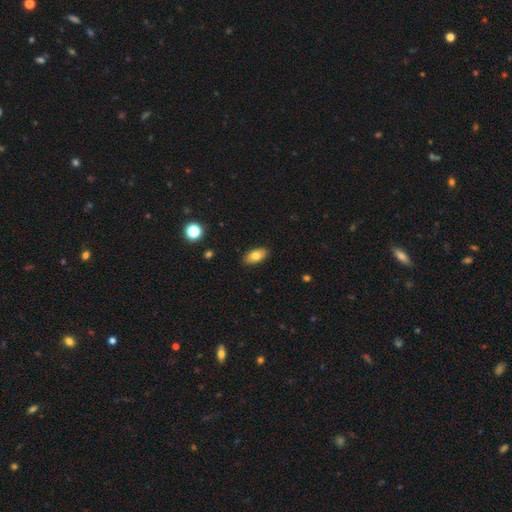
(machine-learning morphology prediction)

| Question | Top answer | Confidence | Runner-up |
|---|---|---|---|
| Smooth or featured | smooth | 80% | featured or disk (12%) |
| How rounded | in between | 92% | cigar-shaped (4%) |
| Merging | none | 88% | minor disturbance (9%) |